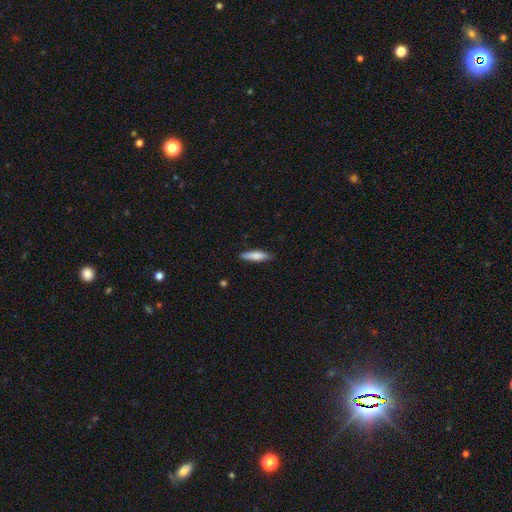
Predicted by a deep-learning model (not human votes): A smooth galaxy with no disk features (80%) that is cigar-shaped (75%).

Vote fractions:
- Smooth or featured? smooth: 80% / featured or disk: 14% / star or artifact: 6%
- How rounded? cigar-shaped: 75% / in between: 24% / round: 2%
- Merging? none: 85% / minor disturbance: 12% / major disturbance: 2% / merger: 1%